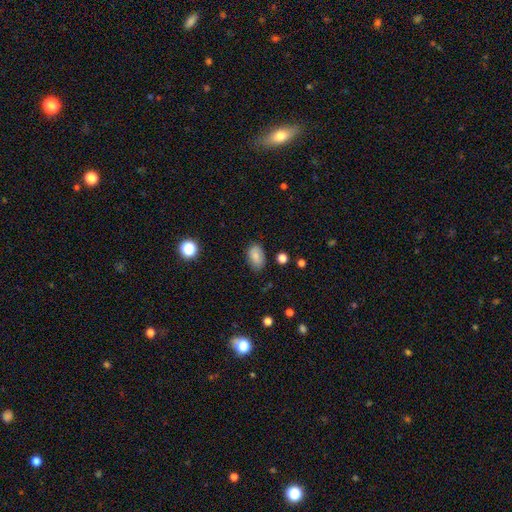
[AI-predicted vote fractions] Morphology: type=smooth (81%); roundness=in between (90%); merging=none (77%).